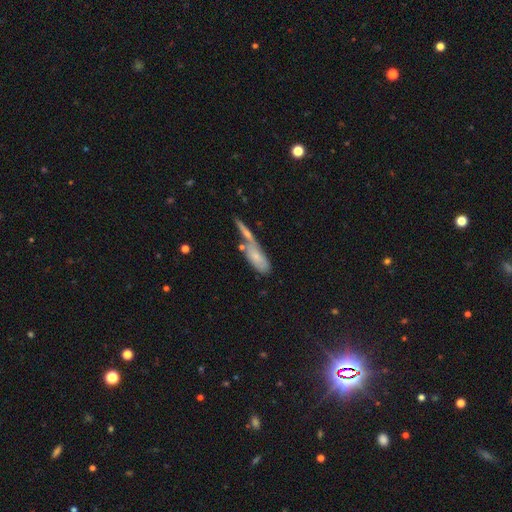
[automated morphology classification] Smooth or featured? smooth (63%)
How rounded? in between (59%)
Merging? merger (40%)